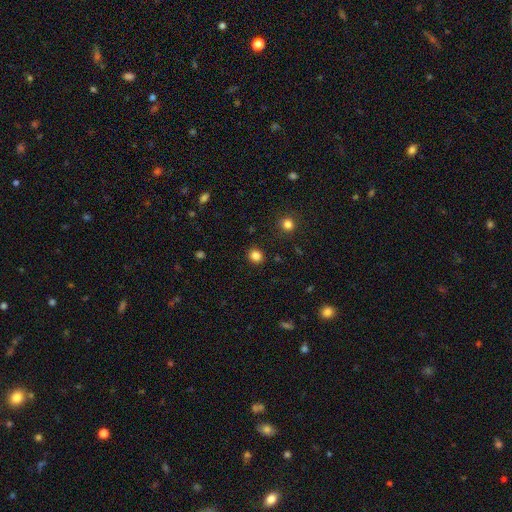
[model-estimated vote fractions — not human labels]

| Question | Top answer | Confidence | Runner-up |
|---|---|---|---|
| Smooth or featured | smooth | 84% | star or artifact (13%) |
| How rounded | round | 83% | in between (16%) |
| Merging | none | 90% | minor disturbance (6%) |